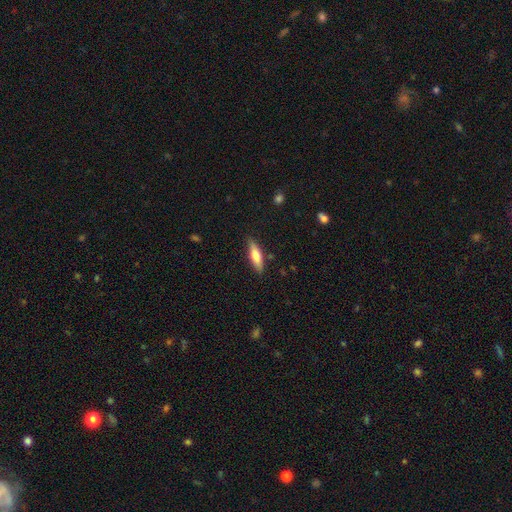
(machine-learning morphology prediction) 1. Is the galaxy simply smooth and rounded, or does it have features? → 67% smooth, 27% featured or disk, 6% star or artifact.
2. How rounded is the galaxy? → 58% cigar-shaped, 40% in between, 2% round.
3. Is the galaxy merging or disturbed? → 84% none, 12% minor disturbance, 2% major disturbance, 2% merger.